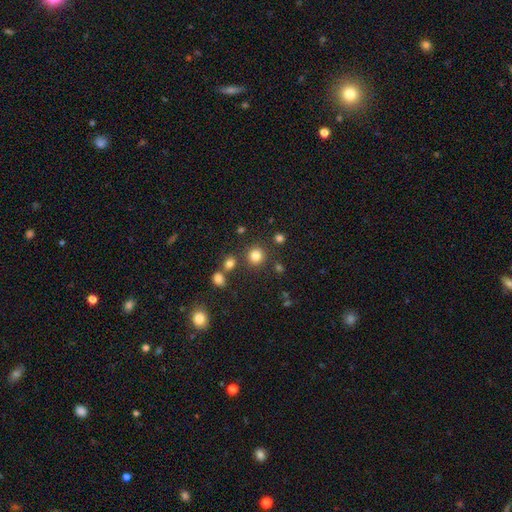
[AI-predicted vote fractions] smooth_or_featured: smooth (p=0.81) [alt: star or artifact p=0.14]
how_rounded: round (p=0.91) [alt: in between p=0.08]
merging: none (p=0.83) [alt: minor disturbance p=0.07]